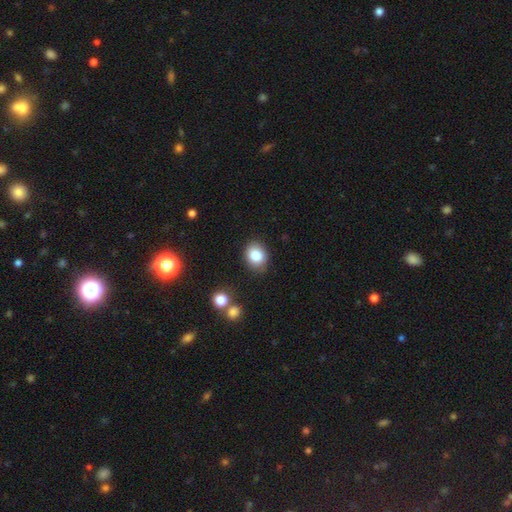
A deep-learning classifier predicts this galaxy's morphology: smooth_or_featured: smooth (p=0.83) [alt: star or artifact p=0.10]
how_rounded: round (p=0.50) [alt: in between p=0.49]
merging: none (p=0.84) [alt: minor disturbance p=0.11]